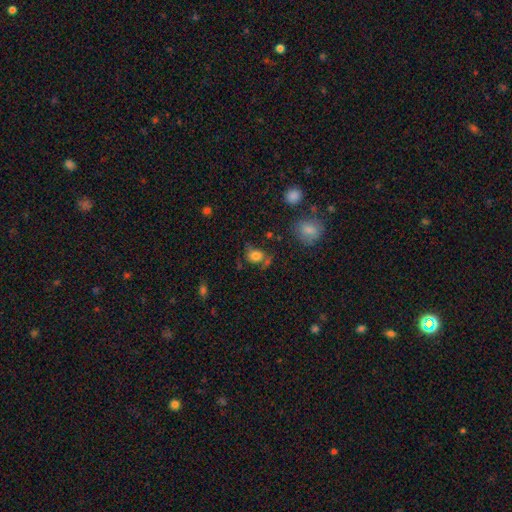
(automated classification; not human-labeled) A smooth galaxy with no disk features (76%) that is round (58%).

Vote fractions:
- Smooth or featured? smooth: 76% / star or artifact: 12% / featured or disk: 12%
- How rounded? round: 58% / in between: 40% / cigar-shaped: 1%
- Merging? none: 54% / minor disturbance: 22% / major disturbance: 13% / merger: 11%